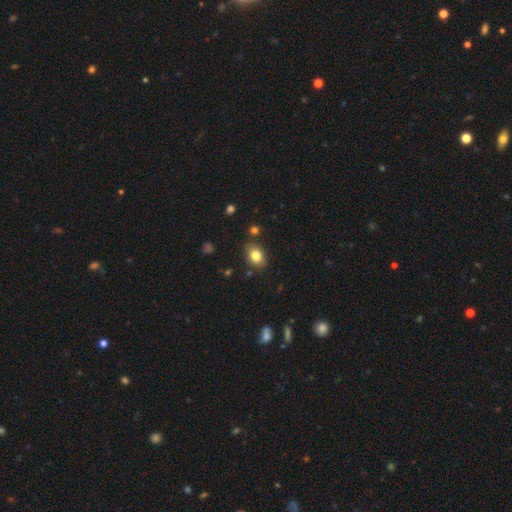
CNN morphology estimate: type=smooth (81%); roundness=in between (72%); merging=none (81%).